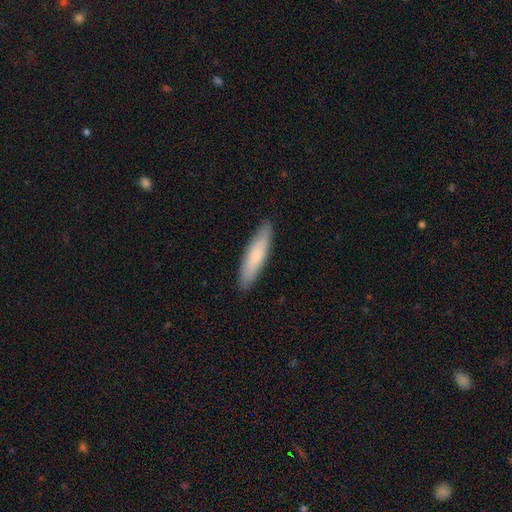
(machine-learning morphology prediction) A smooth galaxy with no disk features (74%) that is cigar-shaped (78%).

Vote fractions:
- Smooth or featured? smooth: 74% / featured or disk: 21% / star or artifact: 6%
- How rounded? cigar-shaped: 78% / in between: 21% / round: 1%
- Merging? none: 89% / minor disturbance: 9% / major disturbance: 2% / merger: 1%